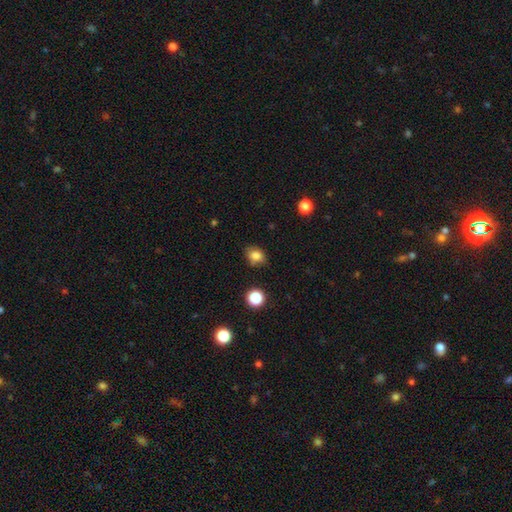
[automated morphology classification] A smooth galaxy with no disk features (82%) that is in between round and cigar-shaped (53%). Merging: none (73%).